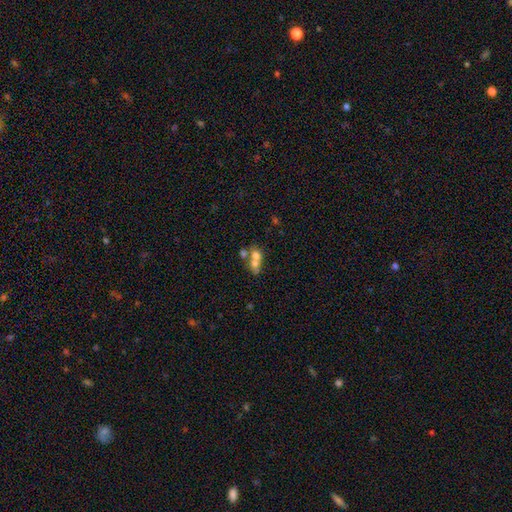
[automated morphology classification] Q: Smooth or featured?
A: smooth (60%); runner-up: featured or disk (27%)
Q: How rounded?
A: round (52%); runner-up: in between (45%)
Q: Merging?
A: merger (65%); runner-up: none (23%)